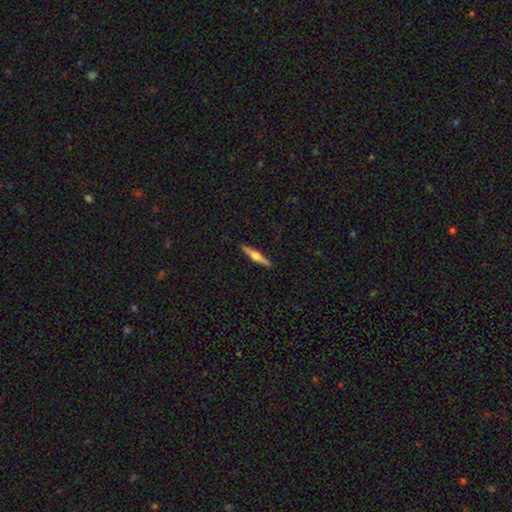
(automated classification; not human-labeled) The model was most divided on "smooth or featured": featured or disk: 65%, smooth: 30%, star or artifact: 5%. More confident: edge-on disk — yes (98%); merging — none (91%); edge-on bulge — rounded (90%).